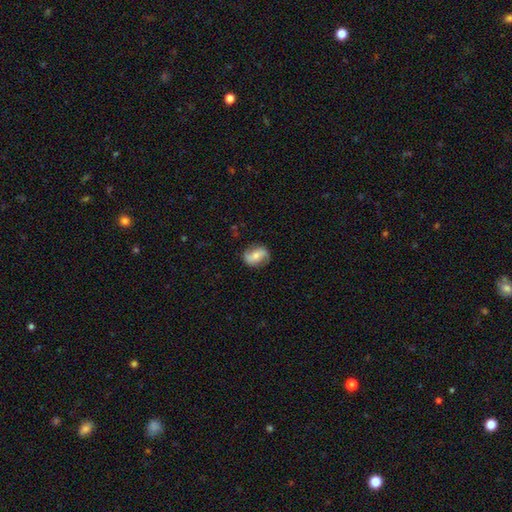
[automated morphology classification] Q: Smooth or featured?
A: featured or disk (48%); runner-up: smooth (44%)
Q: Merging?
A: none (77%); runner-up: minor disturbance (17%)